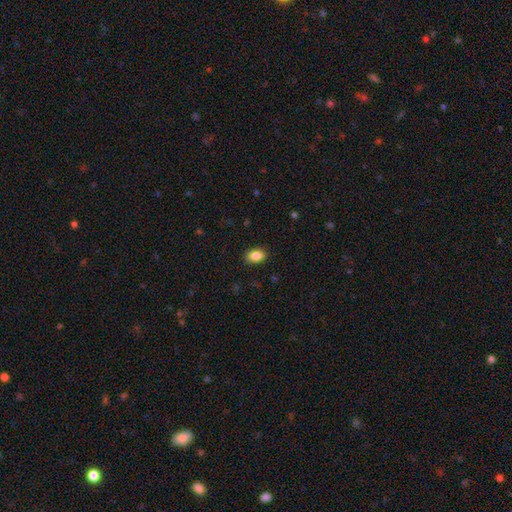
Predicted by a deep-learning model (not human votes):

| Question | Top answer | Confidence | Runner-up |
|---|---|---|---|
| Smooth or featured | smooth | 86% | star or artifact (8%) |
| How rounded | in between | 87% | round (11%) |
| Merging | none | 87% | minor disturbance (9%) |